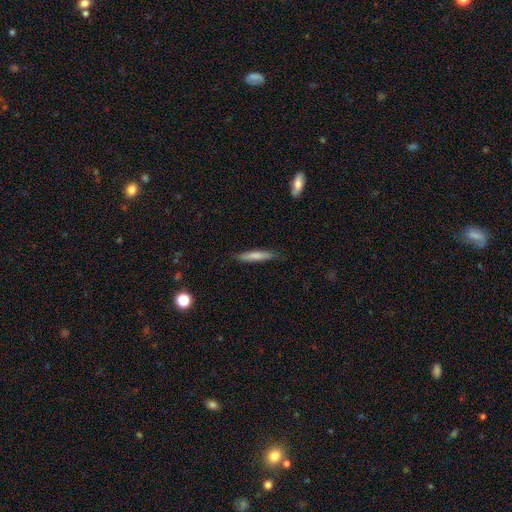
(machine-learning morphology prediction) This is likely a smooth galaxy (74%). How rounded: clearly cigar-shaped (91%). Merging: clearly none (85%).